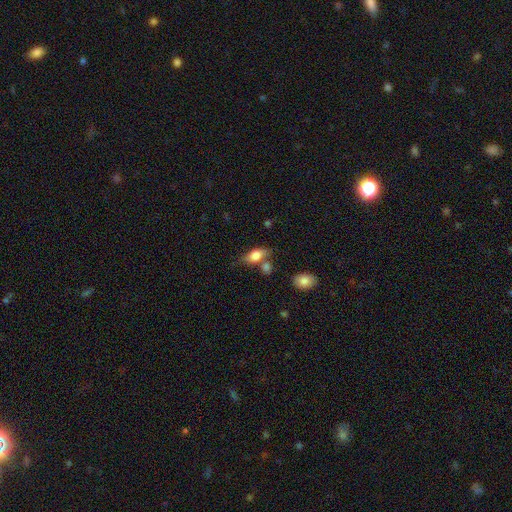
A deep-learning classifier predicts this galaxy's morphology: Smooth or featured?
  - smooth: 73% *
  - featured or disk: 19%
  - star or artifact: 8%
How rounded?
  - in between: 80% *
  - cigar-shaped: 11%
  - round: 8%
Merging?
  - none: 55% *
  - minor disturbance: 19%
  - merger: 19%
  - major disturbance: 7%